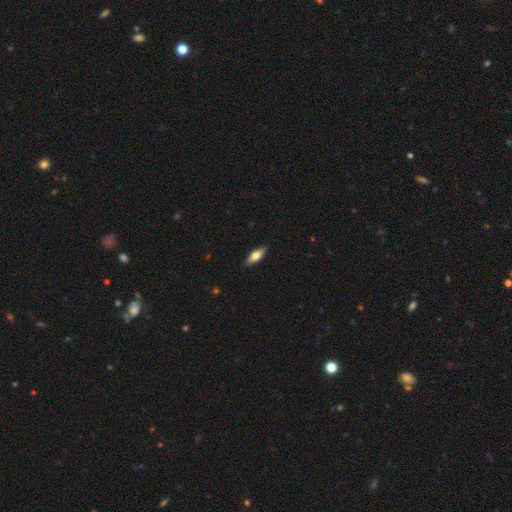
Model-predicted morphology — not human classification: A smooth galaxy with no disk features (63%) that is in between round and cigar-shaped (61%).

Vote fractions:
- Smooth or featured? smooth: 63% / featured or disk: 31% / star or artifact: 6%
- How rounded? in between: 61% / cigar-shaped: 36% / round: 2%
- Merging? none: 89% / minor disturbance: 9% / major disturbance: 2% / merger: 1%